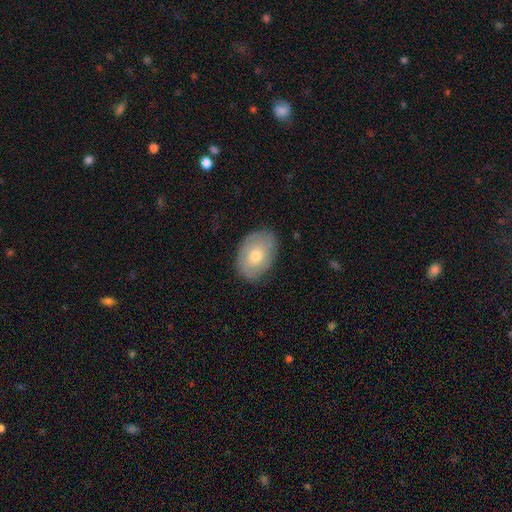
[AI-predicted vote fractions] A smooth galaxy with no disk features (60%) that is in between round and cigar-shaped (82%).

Vote fractions:
- Smooth or featured? smooth: 60% / featured or disk: 33% / star or artifact: 7%
- How rounded? in between: 82% / round: 17% / cigar-shaped: 1%
- Merging? none: 80% / minor disturbance: 15% / major disturbance: 3% / merger: 1%